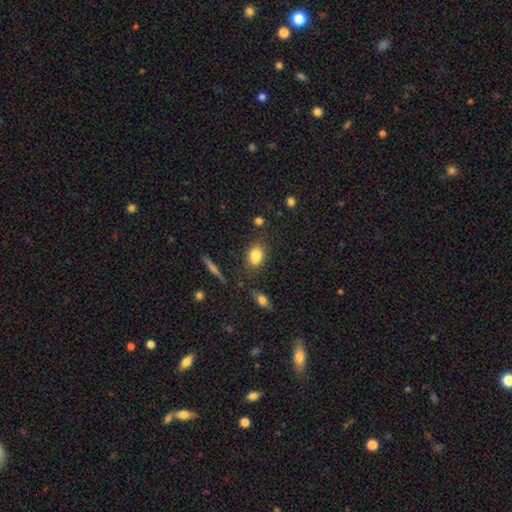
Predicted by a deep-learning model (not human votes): This is clearly a smooth galaxy (82%). How rounded: likely in between (69%). Merging: likely none (75%).